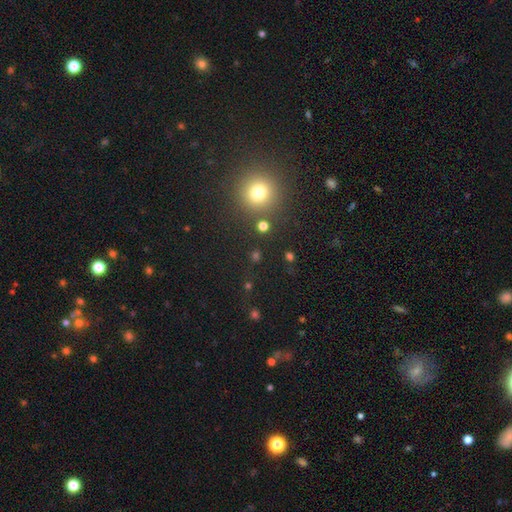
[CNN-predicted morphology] A smooth galaxy with no disk features (50%). Merging: none (85%).